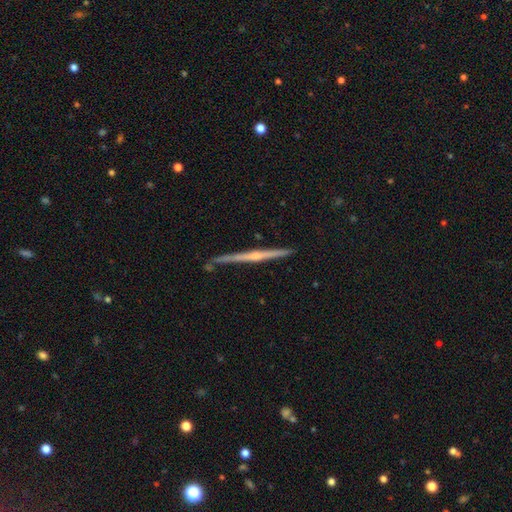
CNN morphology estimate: This is likely a featured or disk galaxy (75%). It is clearly viewed edge-on (97%). Edge-on bulge: possibly rounded (57%). Merging: clearly none (82%).